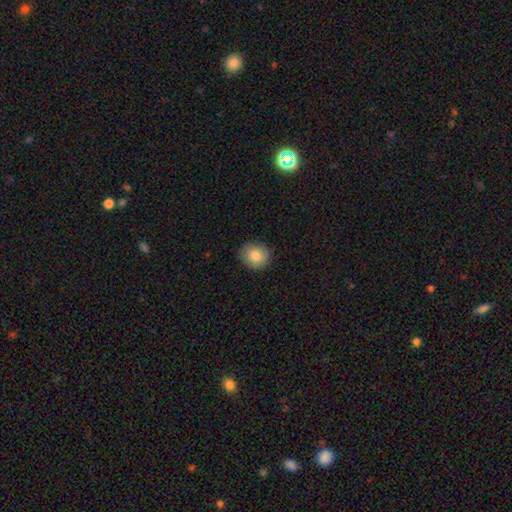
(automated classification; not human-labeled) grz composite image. It shows a smooth galaxy with no disk features (84%) that is round (79%). Merging: none (88%).